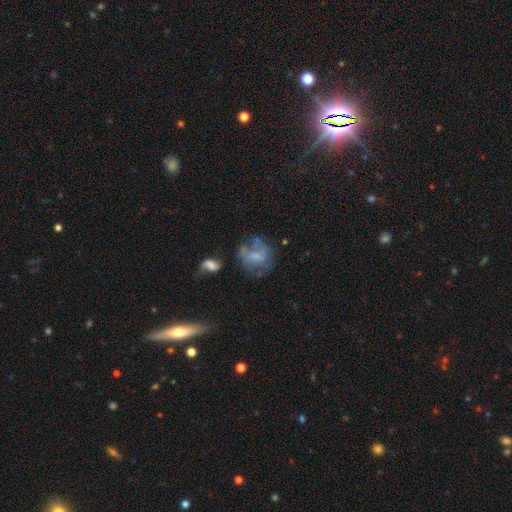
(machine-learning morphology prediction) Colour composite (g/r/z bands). It shows a smooth galaxy with no disk features (44%). Merging: none (39%).